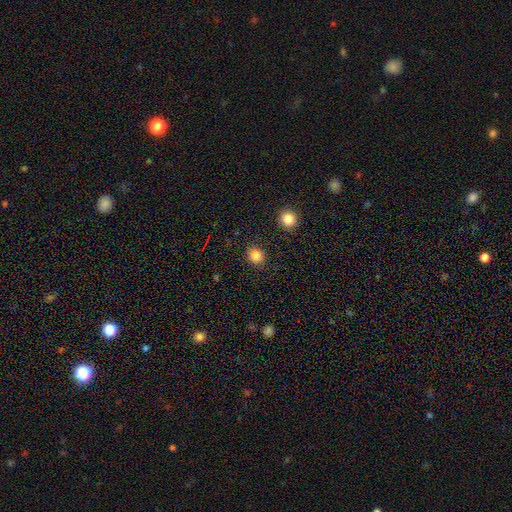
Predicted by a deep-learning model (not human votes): smooth-or-featured: smooth: 85% | star or artifact: 12% | featured or disk: 4%
  how-rounded: round: 86% | in between: 13% | cigar-shaped: 1%
  merging: none: 89% | minor disturbance: 7% | major disturbance: 2% | merger: 2%